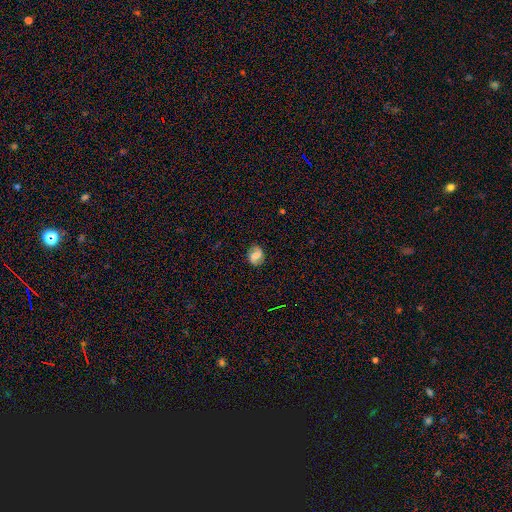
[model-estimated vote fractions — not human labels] Q: Smooth or featured?
A: featured or disk (55%); runner-up: smooth (35%)
Q: Edge-on disk?
A: no (97%); runner-up: yes (3%)
Q: Bar?
A: weak (45%); runner-up: strong (32%)
Q: Spiral arms?
A: yes (87%); runner-up: no (13%)
Q: Bulge size?
A: moderate (29%); runner-up: none (27%)
Q: Merging?
A: none (82%); runner-up: minor disturbance (13%)